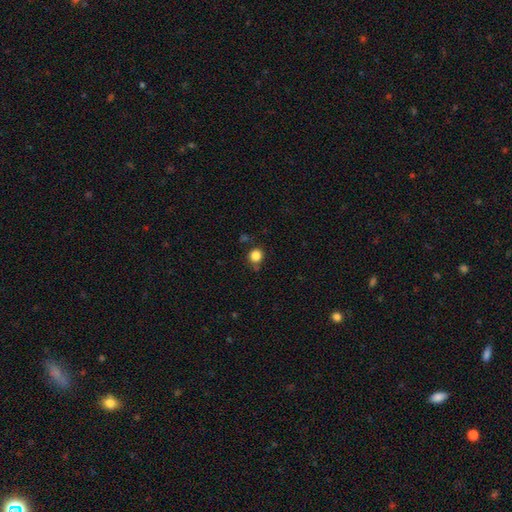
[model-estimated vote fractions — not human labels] Smooth or featured?
  - smooth: 84% *
  - star or artifact: 12%
  - featured or disk: 4%
How rounded?
  - round: 90% *
  - in between: 9%
  - cigar-shaped: 1%
Merging?
  - none: 79% *
  - minor disturbance: 13%
  - merger: 5%
  - major disturbance: 3%